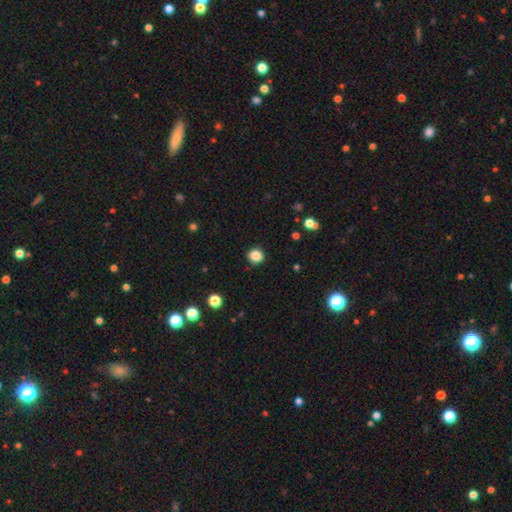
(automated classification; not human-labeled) A smooth galaxy with no disk features (85%) that is round (91%). Merging: none (91%).